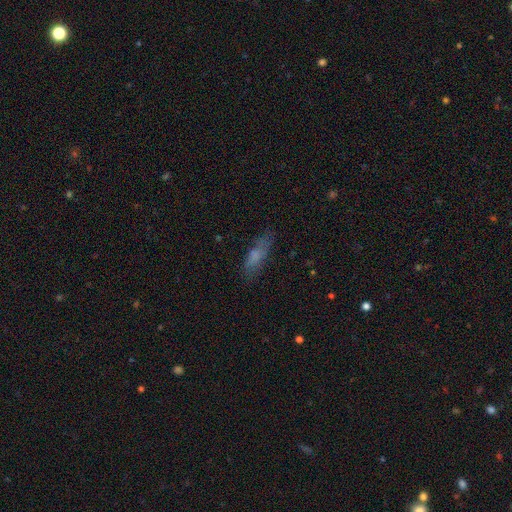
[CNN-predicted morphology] Smooth or featured: smooth — 68% (featured or disk — 22%)
How rounded: cigar-shaped — 54% (in between — 44%)
Merging: none — 68% (minor disturbance — 21%)